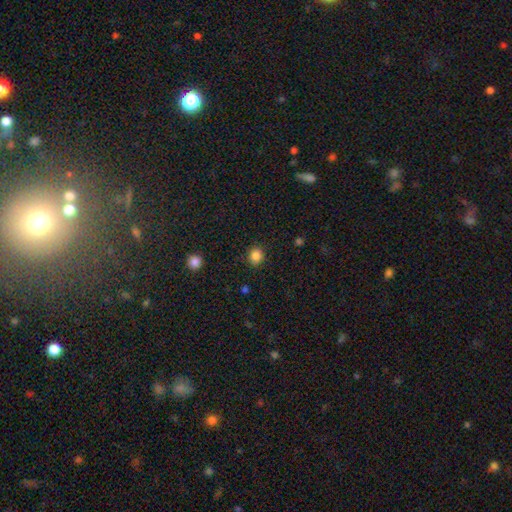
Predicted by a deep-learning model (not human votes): smooth-or-featured: smooth: 85% | star or artifact: 11% | featured or disk: 4%
  how-rounded: round: 81% | in between: 18% | cigar-shaped: 1%
  merging: none: 90% | minor disturbance: 7% | major disturbance: 2% | merger: 1%